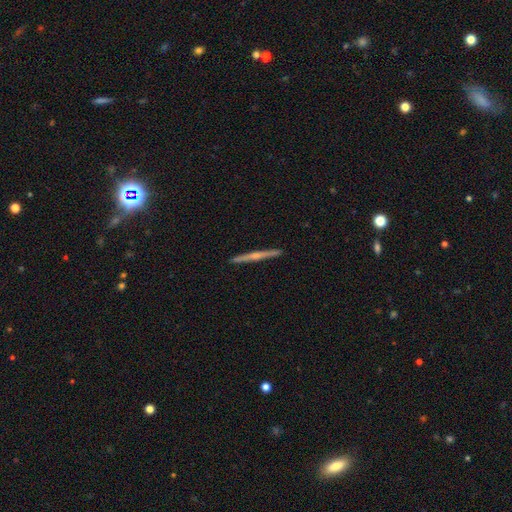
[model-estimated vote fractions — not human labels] Q: Smooth or featured?
A: featured or disk (68%); runner-up: smooth (27%)
Q: Edge-on disk?
A: yes (98%); runner-up: no (2%)
Q: Edge-on bulge?
A: rounded (62%); runner-up: none (29%)
Q: Merging?
A: none (93%); runner-up: minor disturbance (5%)